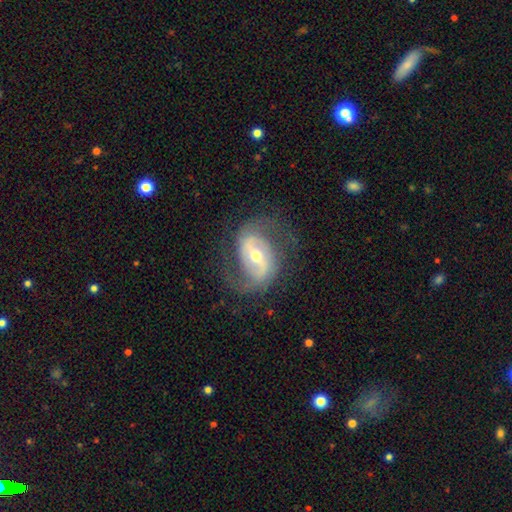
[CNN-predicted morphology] smooth-or-featured: featured or disk: 84% | smooth: 10% | star or artifact: 6%
  disk-edge-on: no: 96% | yes: 4%
    bar: weak: 41% | strong: 36% | no: 23%
    has-spiral-arms: yes: 91% | no: 9%
      spiral-winding: medium: 47% | loose: 34% | tight: 19%
      spiral-arm-count: 2: 85% | can't tell: 7% | 1: 4% | 3: 2% | 4: 1% | more than 4: 1%
    bulge-size: moderate: 56% | small: 40% | large: 3% | none: 1% | dominant: 1%
  merging: none: 69% | minor disturbance: 17% | major disturbance: 13% | merger: 1%